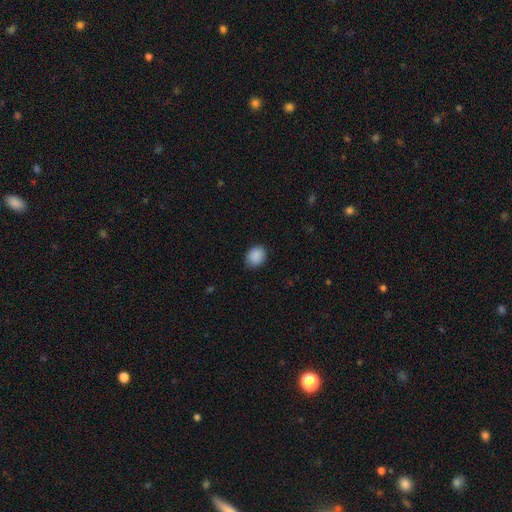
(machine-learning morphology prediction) Smooth or featured? smooth (89%)
How rounded? round (57%)
Merging? none (83%)